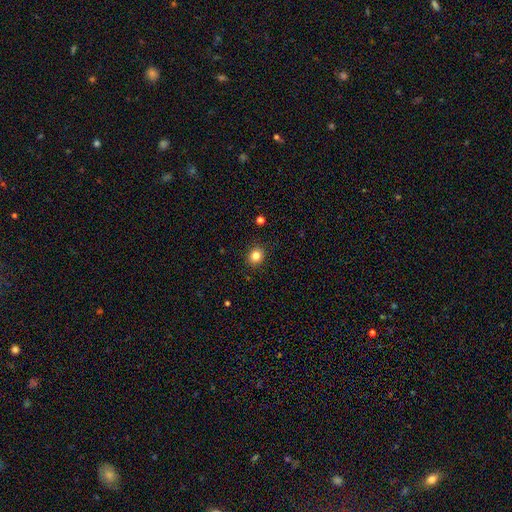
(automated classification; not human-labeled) Q: Smooth or featured?
A: smooth (83%); runner-up: star or artifact (11%)
Q: How rounded?
A: round (71%); runner-up: in between (28%)
Q: Merging?
A: none (90%); runner-up: minor disturbance (7%)